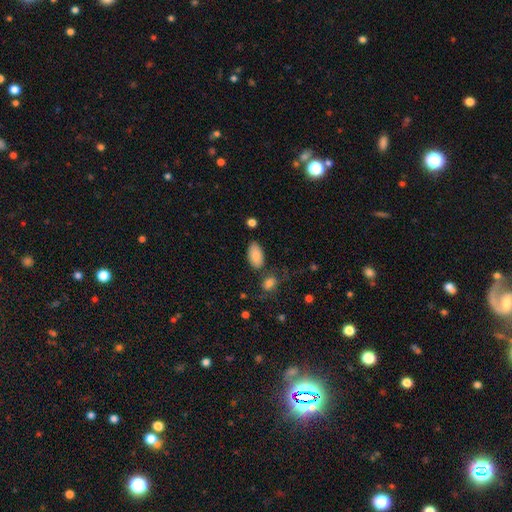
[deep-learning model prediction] Smooth or featured? smooth (86%)
How rounded? in between (94%)
Merging? none (75%)